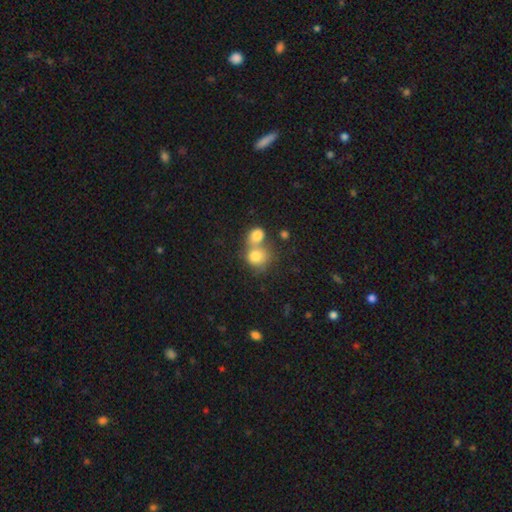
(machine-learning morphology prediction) Overall: smooth (79%). How rounded: round (75%). Merging: merger (58%; none 30%).